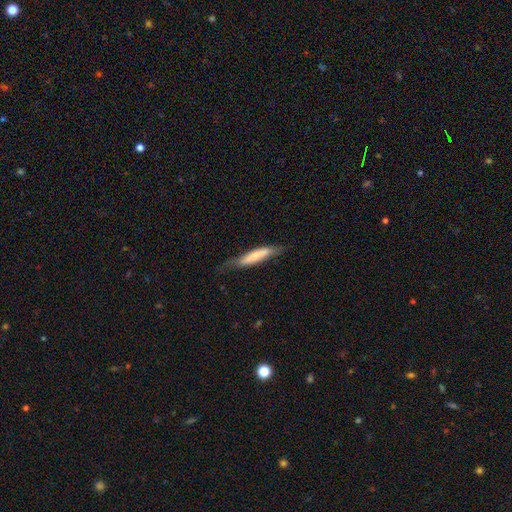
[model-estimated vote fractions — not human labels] Overall: smooth (58%; featured or disk 36%). How rounded: cigar-shaped (80%). Merging: none (62%; minor disturbance 27%).